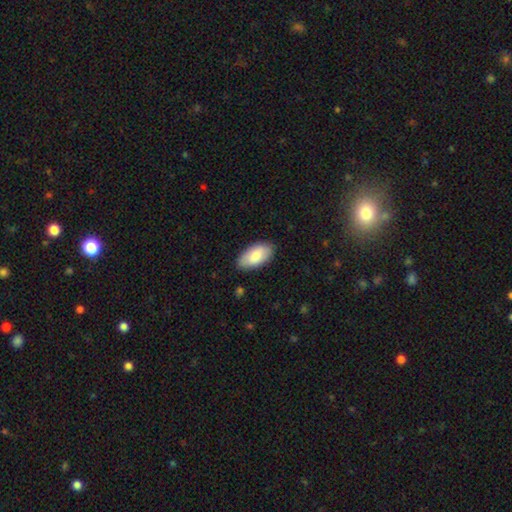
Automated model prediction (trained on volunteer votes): Overall: smooth (83%). How rounded: in between (94%). Merging: none (84%).